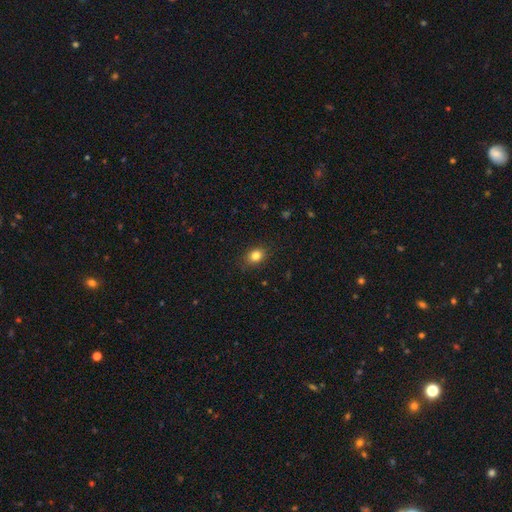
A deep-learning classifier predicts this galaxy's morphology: Smooth or featured?
  - smooth: 82% *
  - star or artifact: 11%
  - featured or disk: 6%
How rounded?
  - in between: 52% *
  - round: 46%
  - cigar-shaped: 1%
Merging?
  - none: 84% *
  - minor disturbance: 12%
  - major disturbance: 3%
  - merger: 1%